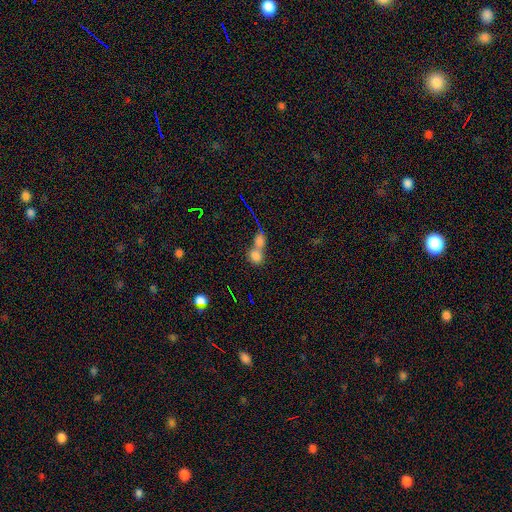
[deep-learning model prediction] This appears to be a smooth galaxy with no disk features (77%) that is round (61%). Merging: merger (70%).